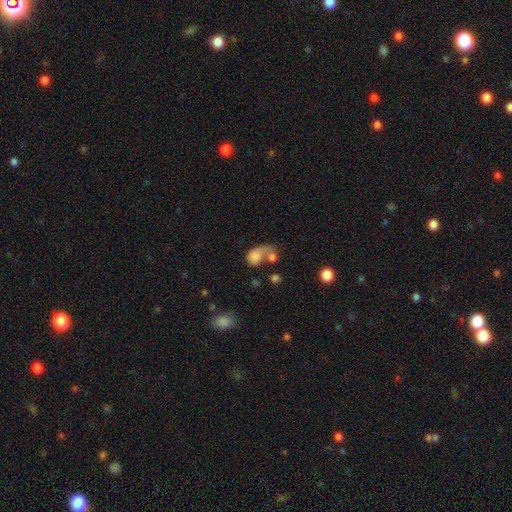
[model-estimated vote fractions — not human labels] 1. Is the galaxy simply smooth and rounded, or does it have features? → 67% smooth, 22% featured or disk, 10% star or artifact.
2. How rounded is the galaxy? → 66% in between, 32% round, 2% cigar-shaped.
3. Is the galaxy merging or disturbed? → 41% merger, 27% major disturbance, 19% none, 12% minor disturbance.